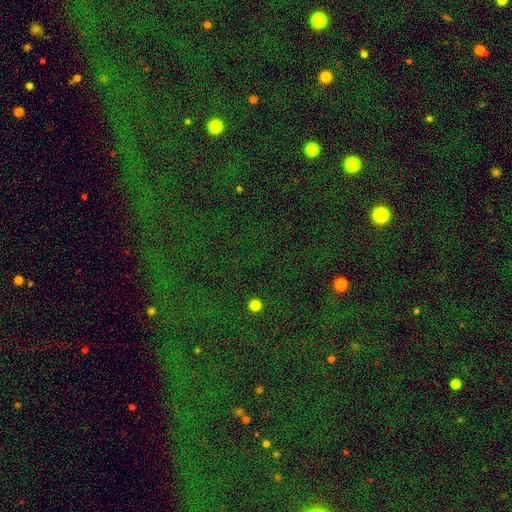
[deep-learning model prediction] Q: Smooth or featured?
A: star or artifact (75%); runner-up: smooth (16%)